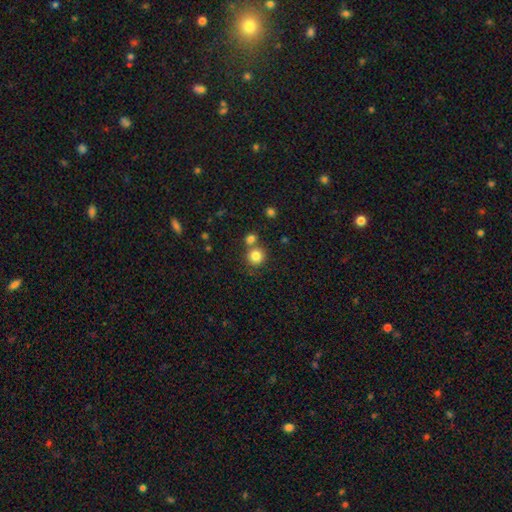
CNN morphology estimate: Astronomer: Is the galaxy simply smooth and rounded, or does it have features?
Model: smooth — 82%.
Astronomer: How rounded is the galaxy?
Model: round — 91%.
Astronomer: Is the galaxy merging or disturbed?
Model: none — 64%.